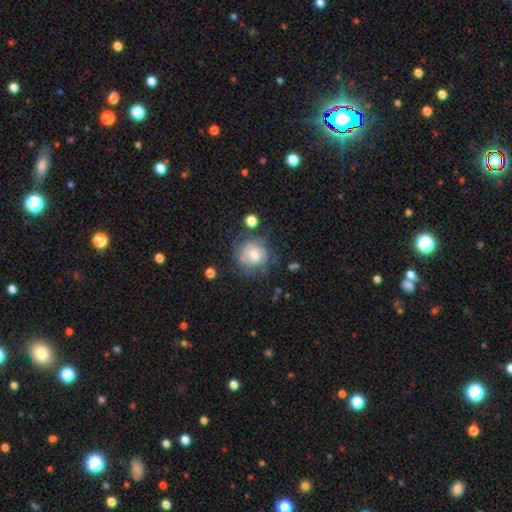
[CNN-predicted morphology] A smooth galaxy with no disk features (45%, tied with featured or disk).

Vote fractions:
- Smooth or featured? smooth: 45% (tied) / featured or disk: 45% (tied) / star or artifact: 10%
- Merging? none: 60% / minor disturbance: 22% / major disturbance: 13% / merger: 5%